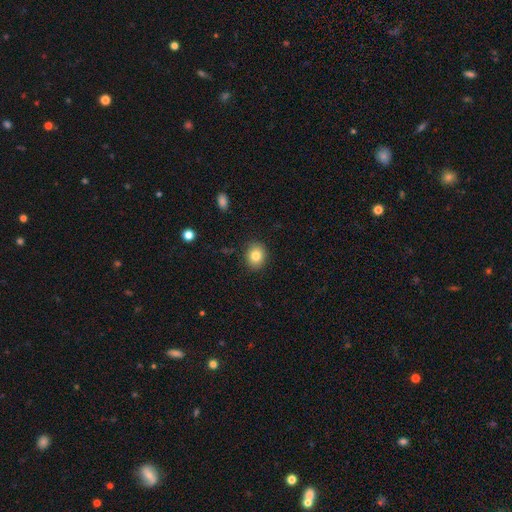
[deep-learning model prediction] The model was most divided on "how rounded": round: 68%, in between: 31%, cigar-shaped: 1%. More confident: merging — none (89%); smooth or featured — smooth (82%).